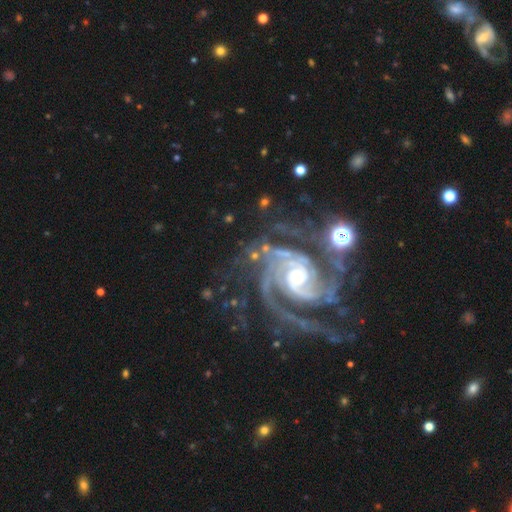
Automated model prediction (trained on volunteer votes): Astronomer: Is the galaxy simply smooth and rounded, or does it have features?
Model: featured or disk — 92%.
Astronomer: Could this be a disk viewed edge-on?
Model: no — 98%.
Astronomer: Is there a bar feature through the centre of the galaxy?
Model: no — 59%.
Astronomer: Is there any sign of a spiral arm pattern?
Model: yes — 99%.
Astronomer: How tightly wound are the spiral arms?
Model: tight — 58% (runner-up: medium, 36%).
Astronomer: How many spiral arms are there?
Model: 3 — 30% (runner-up: 2, 24%).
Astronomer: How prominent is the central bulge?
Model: small — 58% (runner-up: moderate, 37%).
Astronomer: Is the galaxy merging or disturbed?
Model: none — 55%.